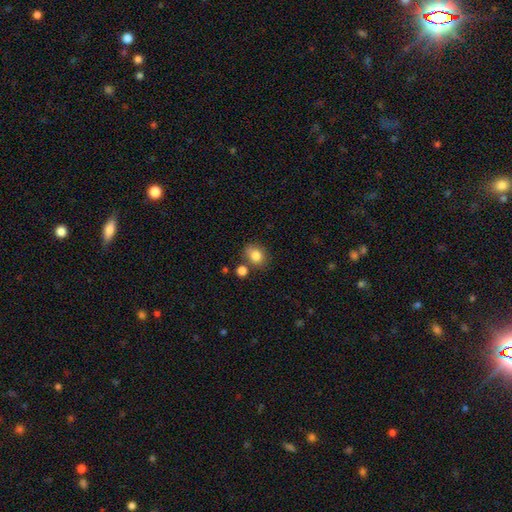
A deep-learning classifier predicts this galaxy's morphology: smooth_or_featured: smooth (p=0.82) [alt: star or artifact p=0.10]
how_rounded: round (p=0.58) [alt: in between p=0.41]
merging: none (p=0.65) [alt: minor disturbance p=0.16]